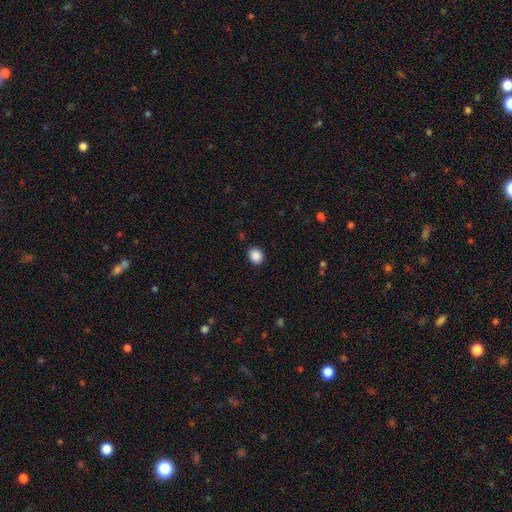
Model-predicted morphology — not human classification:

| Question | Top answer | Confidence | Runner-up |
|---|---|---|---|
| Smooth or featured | smooth | 89% | star or artifact (9%) |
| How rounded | round | 65% | in between (34%) |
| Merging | none | 90% | minor disturbance (7%) |